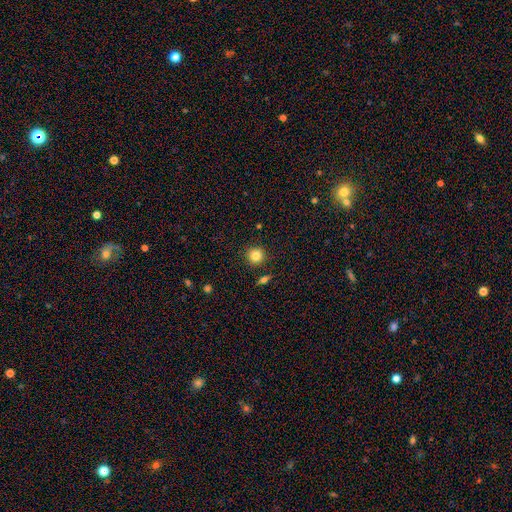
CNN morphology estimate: A smooth galaxy with no disk features (83%) that is round (94%). Merging: none (89%).